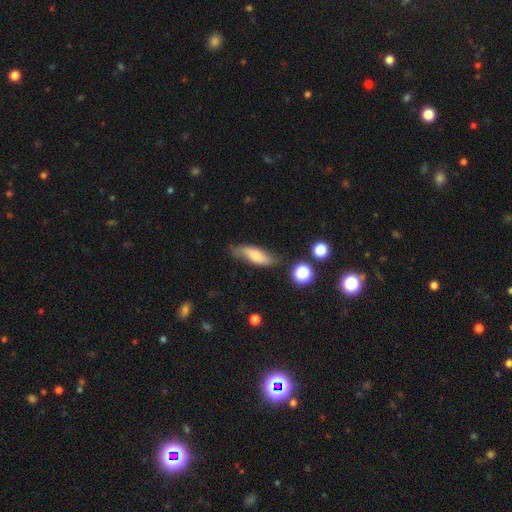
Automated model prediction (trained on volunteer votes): This appears to be a smooth galaxy with no disk features (65%) that is in between round and cigar-shaped (57%). Merging: none (59%).